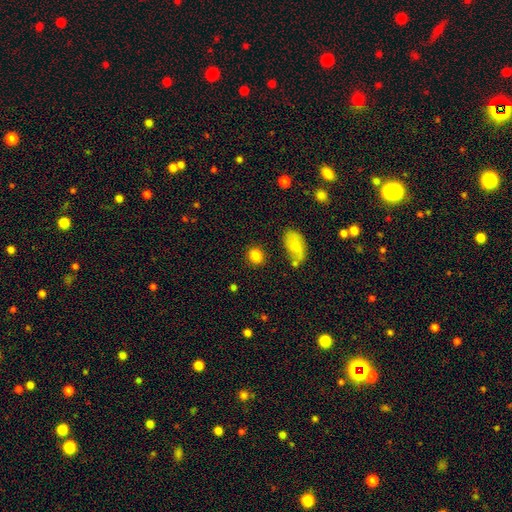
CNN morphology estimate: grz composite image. It shows a smooth galaxy with no disk features (84%) that is round (70%). Merging: none (82%).